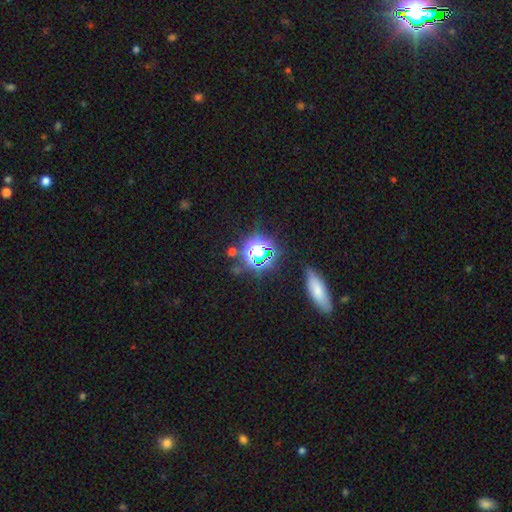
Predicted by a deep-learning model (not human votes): A star or artifact, not a galaxy (67%).